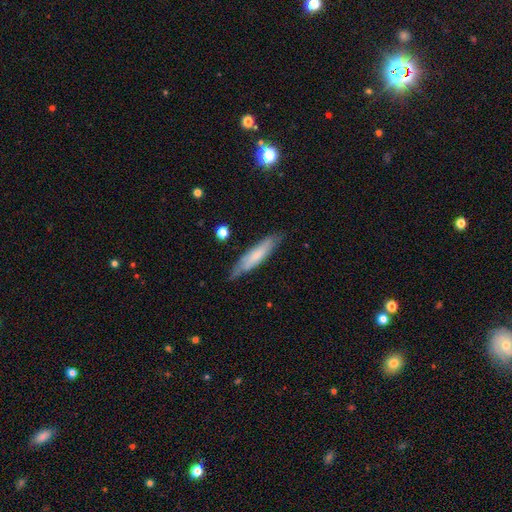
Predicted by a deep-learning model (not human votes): smooth-or-featured: smooth: 58% | featured or disk: 35% | star or artifact: 6%
  how-rounded: cigar-shaped: 81% | in between: 18% | round: 1%
  merging: none: 75% | minor disturbance: 20% | major disturbance: 4% | merger: 2%